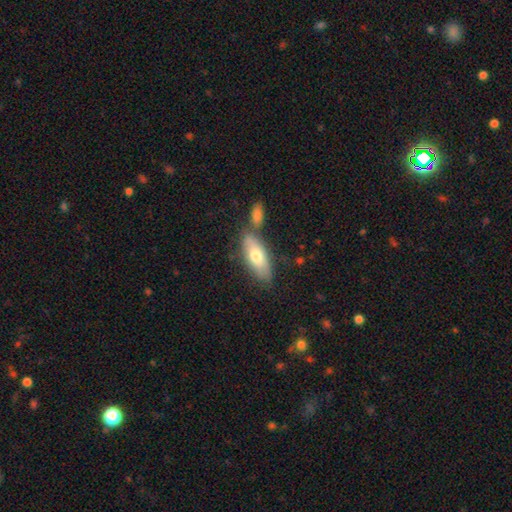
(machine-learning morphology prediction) type=smooth (69%); roundness=in between (71%); merging=none (60%).